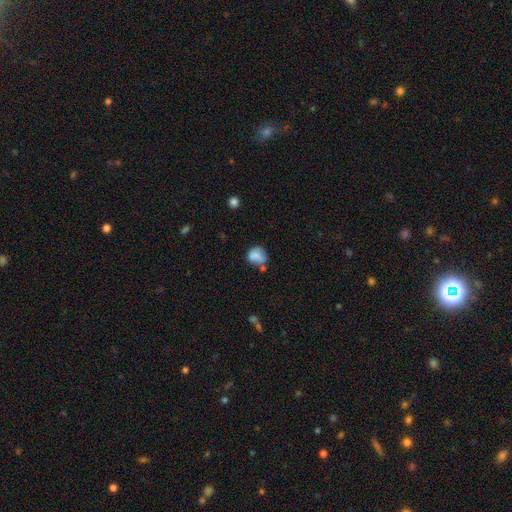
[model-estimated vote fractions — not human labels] This is likely a smooth galaxy (74%). How rounded: likely round (66%). Merging: marginally none (42%).